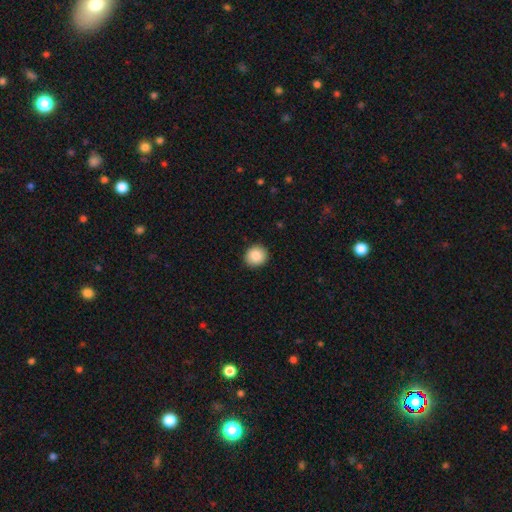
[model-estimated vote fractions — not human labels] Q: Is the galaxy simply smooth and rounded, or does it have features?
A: smooth — 88%.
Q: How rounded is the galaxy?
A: round — 87%.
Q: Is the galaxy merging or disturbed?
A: none — 92%.